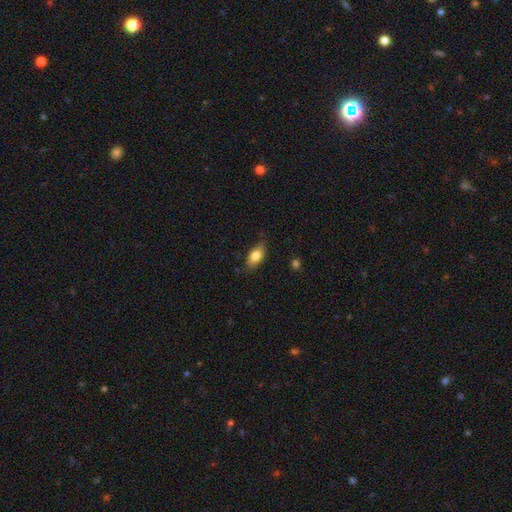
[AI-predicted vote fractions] This is likely a smooth galaxy (80%). How rounded: clearly in between (87%). Merging: likely none (77%).